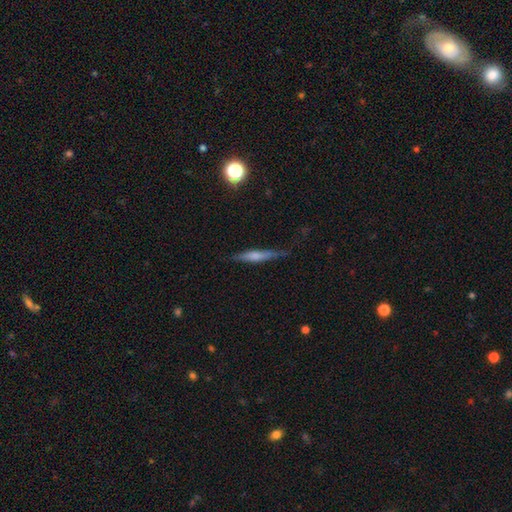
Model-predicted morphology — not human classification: Smooth or featured?
  - smooth: 52% *
  - featured or disk: 41%
  - star or artifact: 7%
How rounded?
  - cigar-shaped: 88% *
  - in between: 10%
  - round: 2%
Merging?
  - none: 70% *
  - minor disturbance: 22%
  - major disturbance: 5%
  - merger: 2%